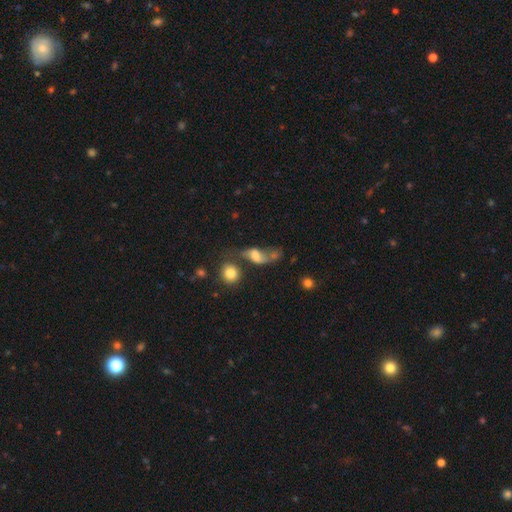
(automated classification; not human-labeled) The model was most divided on "merging": none: 30%, merger: 27%, major disturbance: 24%, minor disturbance: 19%. Remaining: smooth or featured — smooth (46%).